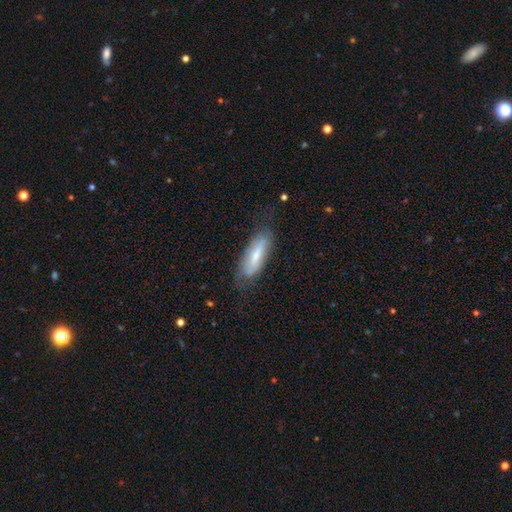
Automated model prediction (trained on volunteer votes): Morphology: type=smooth (58%); roundness=in between (54%); merging=none (68%).